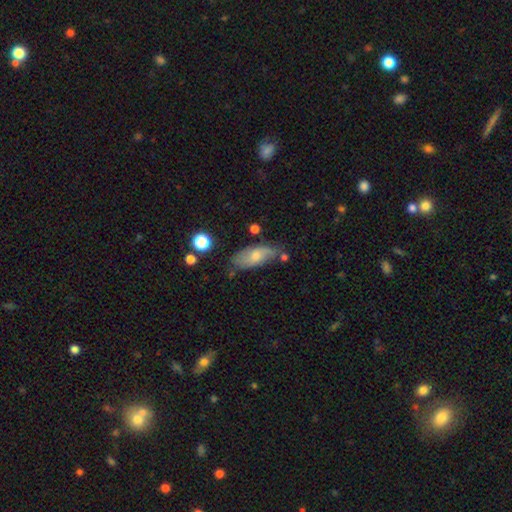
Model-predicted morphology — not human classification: smooth 59%, featured or disk 33%, star or artifact 8%. Down the decision tree: how rounded — in between (81%); merging — none (66%).